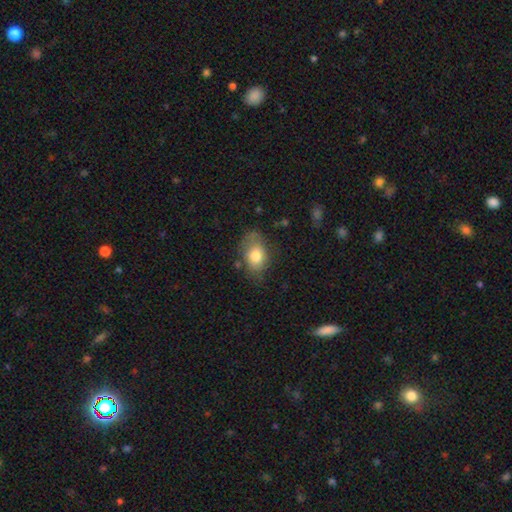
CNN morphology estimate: smooth_or_featured: smooth (p=0.75) [alt: featured or disk p=0.17]
how_rounded: in between (p=0.82) [alt: round p=0.17]
merging: none (p=0.61) [alt: minor disturbance p=0.26]